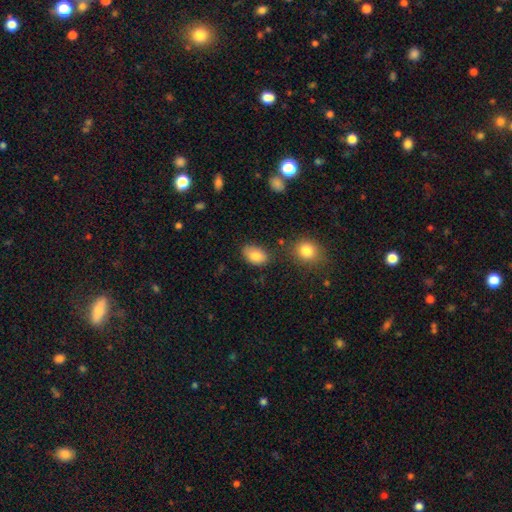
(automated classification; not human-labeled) This appears to be a smooth galaxy with no disk features (84%) that is in between round and cigar-shaped (86%). Merging: none (71%).